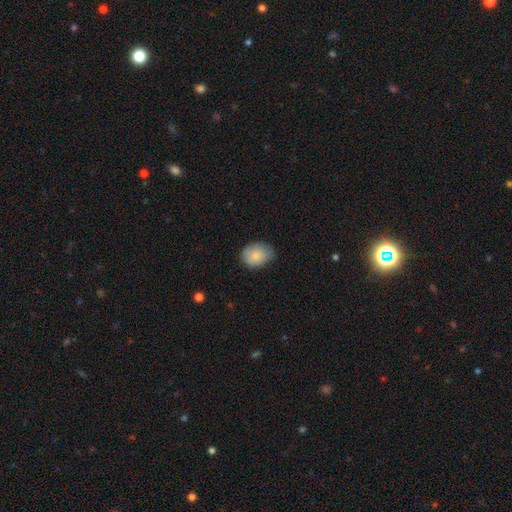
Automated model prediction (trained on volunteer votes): A smooth galaxy with no disk features (85%) that is in between round and cigar-shaped (65%).

Vote fractions:
- Smooth or featured? smooth: 85% / featured or disk: 9% / star or artifact: 7%
- How rounded? in between: 65% / round: 34% / cigar-shaped: 1%
- Merging? none: 67% / minor disturbance: 27% / major disturbance: 5% / merger: 1%